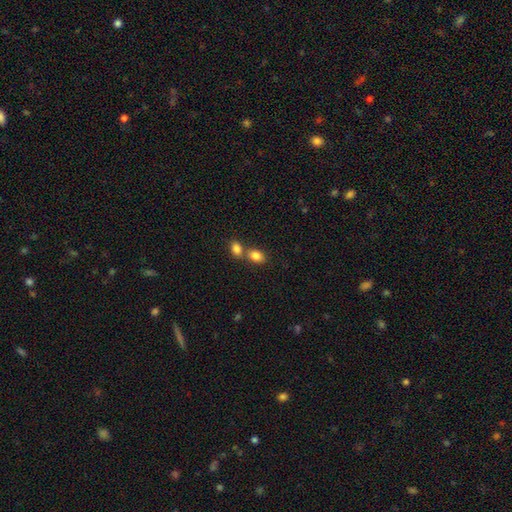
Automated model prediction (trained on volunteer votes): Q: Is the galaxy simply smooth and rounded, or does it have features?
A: smooth — 84%.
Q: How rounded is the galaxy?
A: in between — 78%.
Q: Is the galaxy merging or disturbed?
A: merger — 46%.